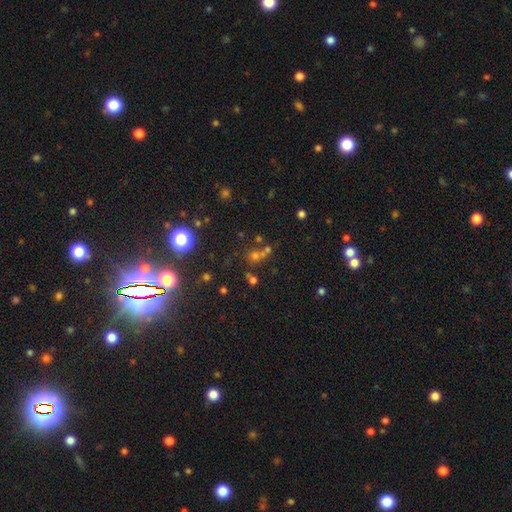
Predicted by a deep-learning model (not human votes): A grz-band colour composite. It shows a star or artifact, not a galaxy (44%, tied with smooth).